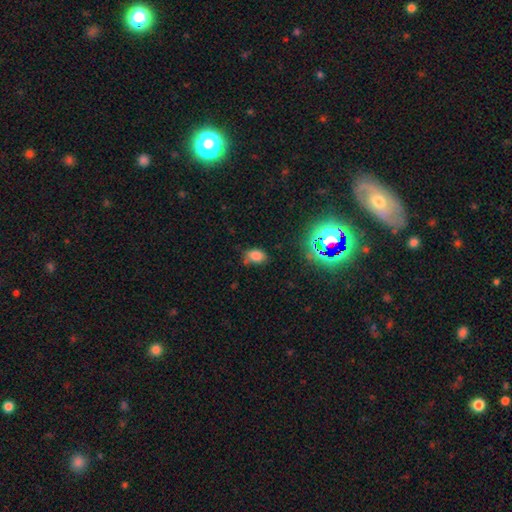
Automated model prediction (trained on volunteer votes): Smooth or featured?
  - smooth: 75% *
  - star or artifact: 18%
  - featured or disk: 7%
How rounded?
  - in between: 81% *
  - round: 18%
  - cigar-shaped: 1%
Merging?
  - none: 61% *
  - minor disturbance: 27%
  - major disturbance: 7%
  - merger: 4%